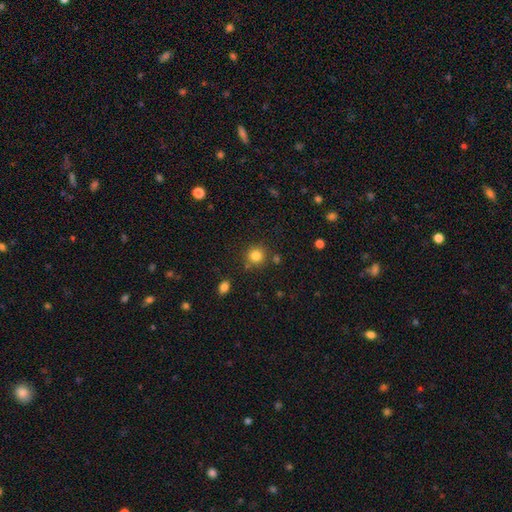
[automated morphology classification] This appears to be a smooth galaxy with no disk features (83%) that is round (91%). Merging: none (81%).